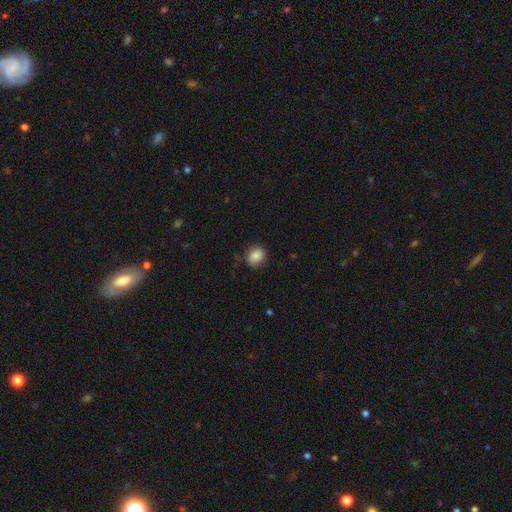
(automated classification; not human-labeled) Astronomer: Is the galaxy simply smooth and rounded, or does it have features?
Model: smooth — 84%.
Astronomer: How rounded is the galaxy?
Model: round — 56% (runner-up: in between, 43%).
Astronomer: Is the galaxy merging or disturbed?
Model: none — 72%.